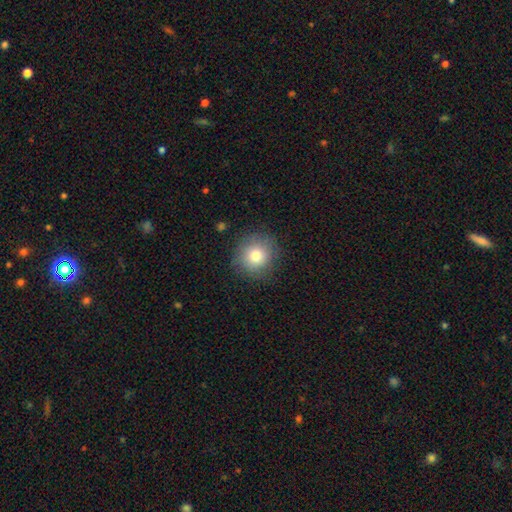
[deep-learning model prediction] Smooth or featured?
  - smooth: 79% *
  - featured or disk: 11%
  - star or artifact: 10%
How rounded?
  - round: 91% *
  - in between: 8%
  - cigar-shaped: 1%
Merging?
  - none: 85% *
  - minor disturbance: 11%
  - major disturbance: 3%
  - merger: 1%